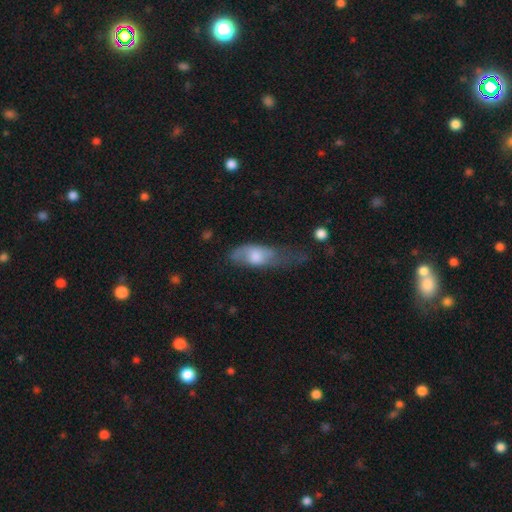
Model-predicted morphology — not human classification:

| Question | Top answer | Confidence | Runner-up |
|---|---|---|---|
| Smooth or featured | smooth | 60% | featured or disk (33%) |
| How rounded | in between | 75% | cigar-shaped (20%) |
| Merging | major disturbance | 39% | minor disturbance (31%) |